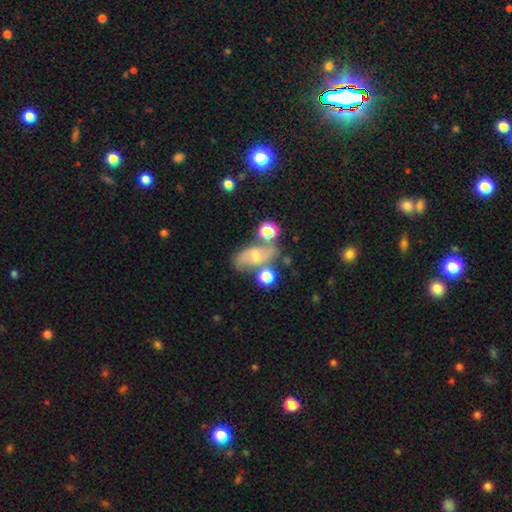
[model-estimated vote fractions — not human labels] Overall: featured or disk (56%; smooth 32%). Edge-on disk: no (92%). Bar: no (50%; weak 37%). Spiral arms: yes (78%). Bulge size: small (55%; moderate 35%). Merging: none (53%; minor disturbance 20%).